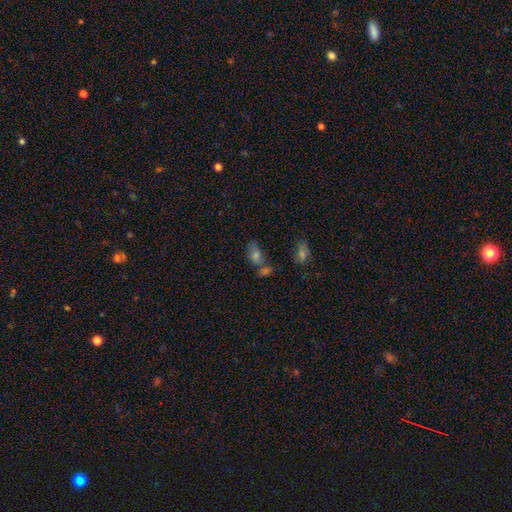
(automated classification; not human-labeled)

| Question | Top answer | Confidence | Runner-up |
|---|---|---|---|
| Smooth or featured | smooth | 64% | featured or disk (18%) |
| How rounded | in between | 82% | round (12%) |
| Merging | none | 45% | merger (34%) |